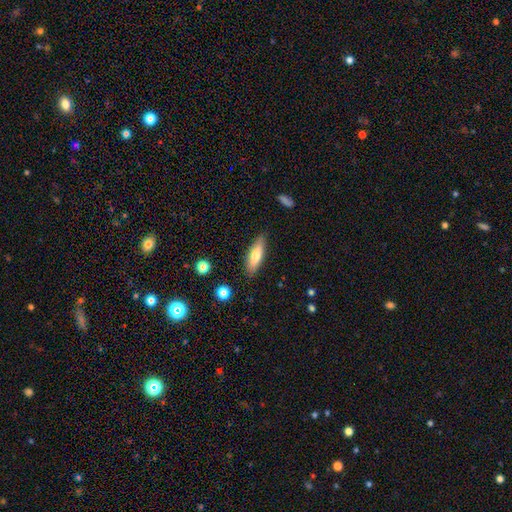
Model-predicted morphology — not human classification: This appears to be a smooth galaxy with no disk features (68%) that is cigar-shaped (56%). Merging: none (85%).